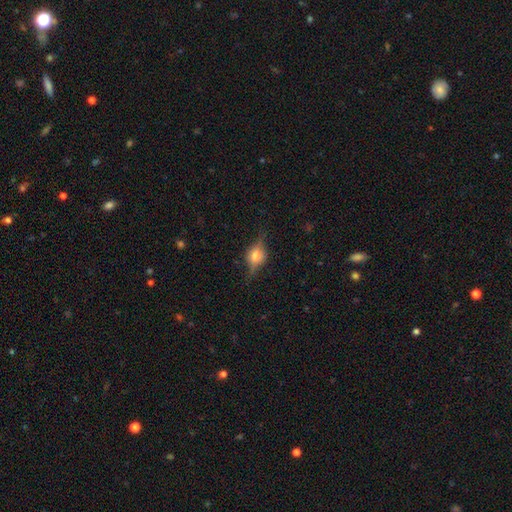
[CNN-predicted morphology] Smooth or featured? featured or disk (58%)
Edge-on disk? yes (91%)
Edge-on bulge? rounded (92%)
Merging? none (75%)